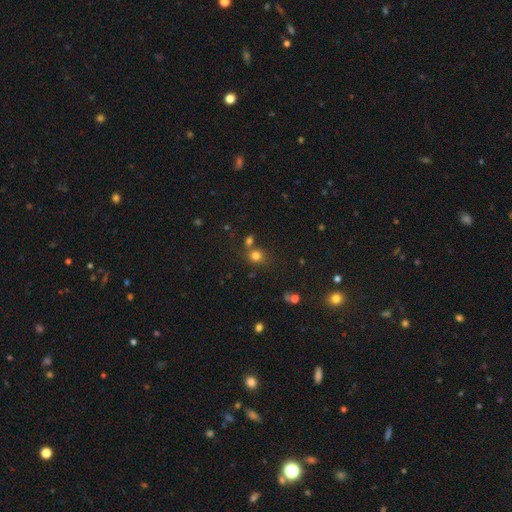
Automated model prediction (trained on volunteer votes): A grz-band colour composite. It shows a smooth galaxy with no disk features (77%) that is round (79%). Merging: none (64%).